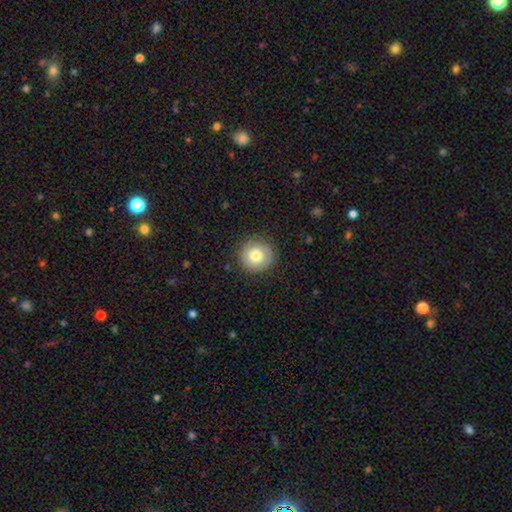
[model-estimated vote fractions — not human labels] This is likely a smooth galaxy (77%). How rounded: clearly round (92%). Merging: clearly none (86%).